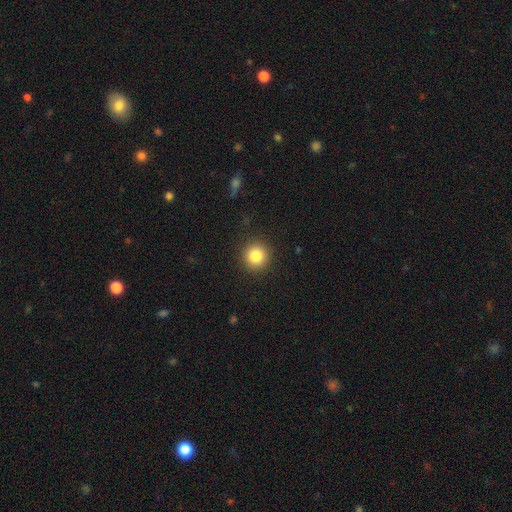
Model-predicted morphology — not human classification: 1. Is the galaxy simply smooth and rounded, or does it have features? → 84% smooth, 10% star or artifact, 6% featured or disk.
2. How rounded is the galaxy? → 94% round, 5% in between, 1% cigar-shaped.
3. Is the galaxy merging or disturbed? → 91% none, 6% minor disturbance, 2% major disturbance, 1% merger.